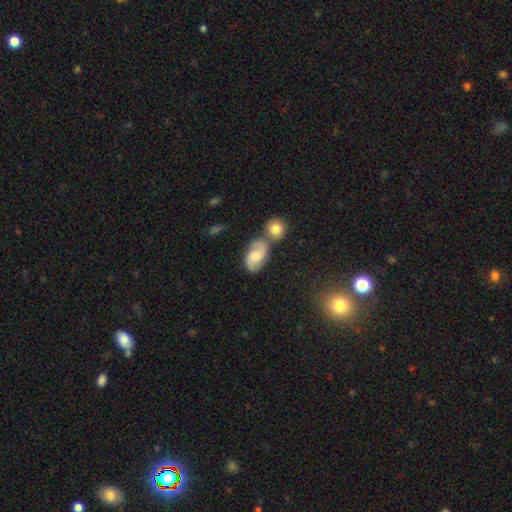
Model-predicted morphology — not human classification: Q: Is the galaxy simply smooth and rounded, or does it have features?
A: featured or disk — 51%.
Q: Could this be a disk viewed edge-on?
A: no — 96%.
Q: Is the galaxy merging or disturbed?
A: none — 49%.